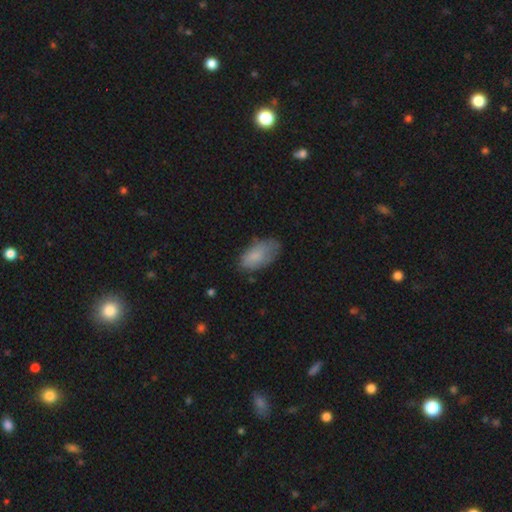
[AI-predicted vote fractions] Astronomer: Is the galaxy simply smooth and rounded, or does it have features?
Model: smooth — 80%.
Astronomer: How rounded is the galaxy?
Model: in between — 93%.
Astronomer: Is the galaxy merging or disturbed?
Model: none — 56% (runner-up: minor disturbance, 32%).